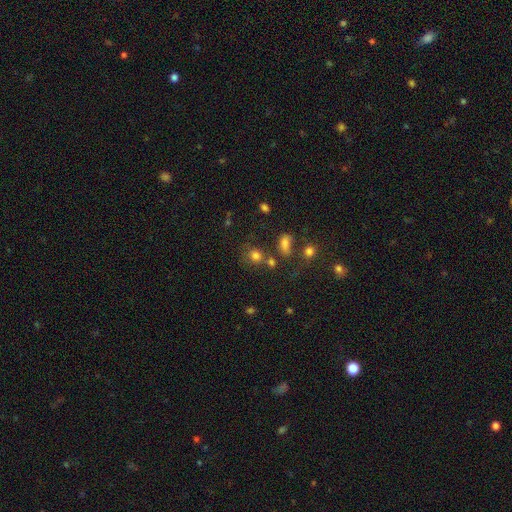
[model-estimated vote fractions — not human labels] The model was most divided on "merging": none: 59%, merger: 19%, minor disturbance: 14%, major disturbance: 8%. More confident: smooth or featured — smooth (75%); how rounded — round (70%).